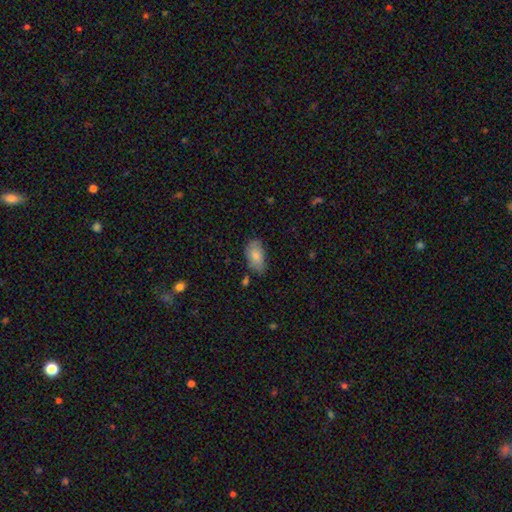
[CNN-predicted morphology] Overall: smooth (82%). How rounded: in between (93%). Merging: none (69%).